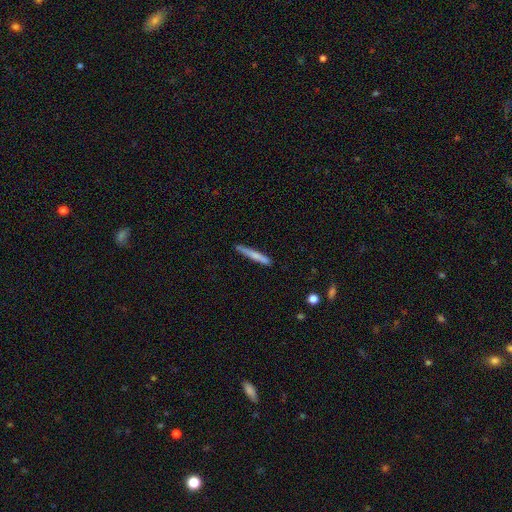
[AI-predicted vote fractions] This is likely a smooth galaxy (68%). How rounded: clearly cigar-shaped (96%). Merging: clearly none (82%).